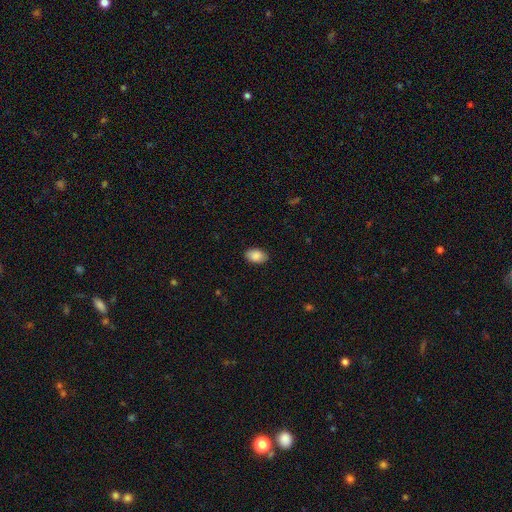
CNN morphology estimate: Q: Smooth or featured?
A: smooth (89%); runner-up: star or artifact (7%)
Q: How rounded?
A: in between (90%); runner-up: round (9%)
Q: Merging?
A: none (87%); runner-up: minor disturbance (10%)